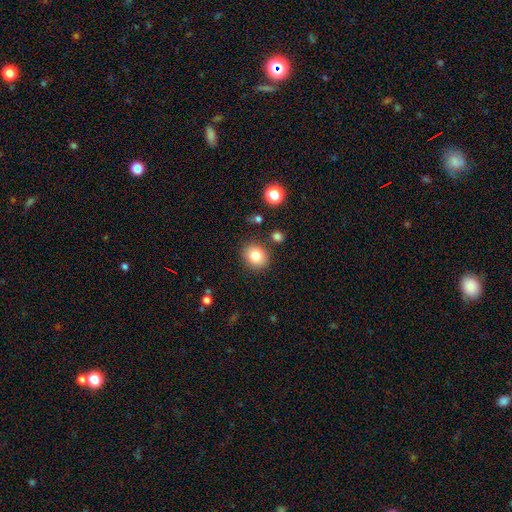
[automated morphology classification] Smooth or featured? Predicted: smooth (p=0.82). How rounded? Predicted: round (p=0.74). Merging? Predicted: none (p=0.86).